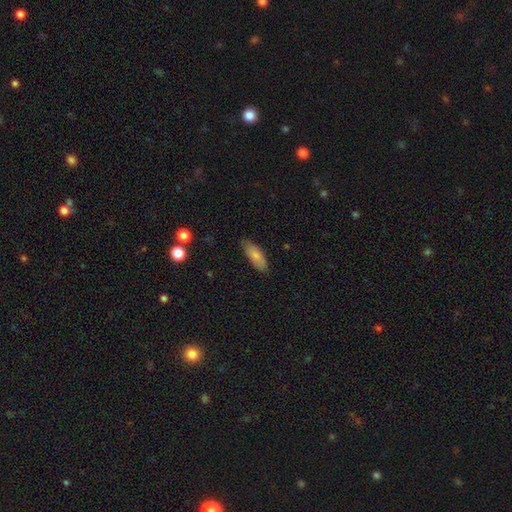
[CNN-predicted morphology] This appears to be a smooth galaxy with no disk features (79%) that is in between round and cigar-shaped (75%). Merging: none (80%).